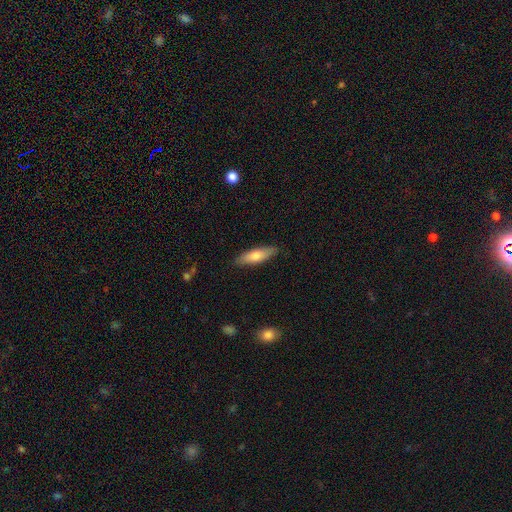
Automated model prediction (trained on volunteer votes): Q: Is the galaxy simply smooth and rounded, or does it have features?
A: smooth — 74%.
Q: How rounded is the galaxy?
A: cigar-shaped — 53%.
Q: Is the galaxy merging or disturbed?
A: none — 86%.